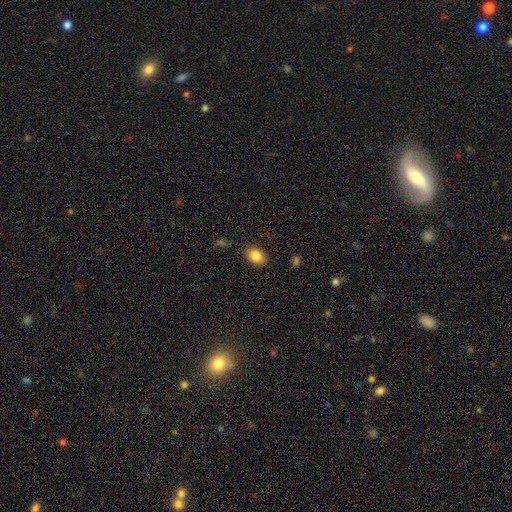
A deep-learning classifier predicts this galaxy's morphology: smooth_or_featured: smooth (p=0.86) [alt: star or artifact p=0.08]
how_rounded: in between (p=0.78) [alt: round p=0.21]
merging: none (p=0.86) [alt: minor disturbance p=0.10]